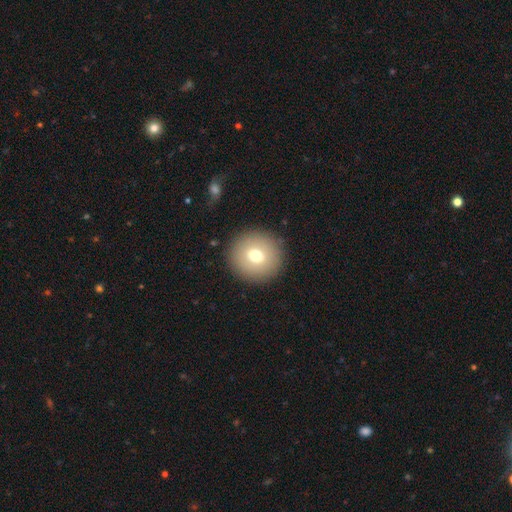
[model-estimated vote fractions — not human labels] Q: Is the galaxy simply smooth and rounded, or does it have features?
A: smooth — 72%.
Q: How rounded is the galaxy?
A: round — 91%.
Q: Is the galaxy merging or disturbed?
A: none — 90%.